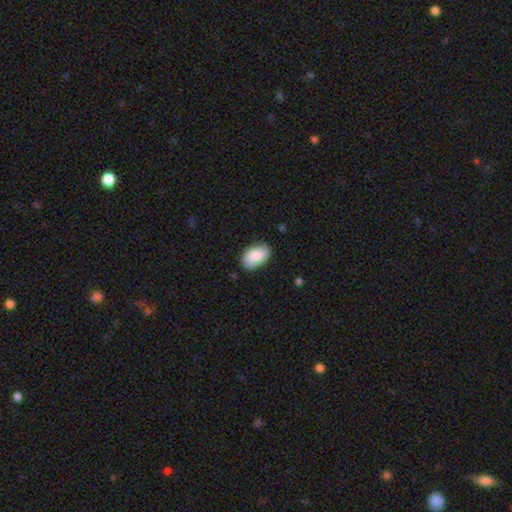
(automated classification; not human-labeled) This is clearly a smooth galaxy (84%). How rounded: clearly in between (91%). Merging: clearly none (82%).